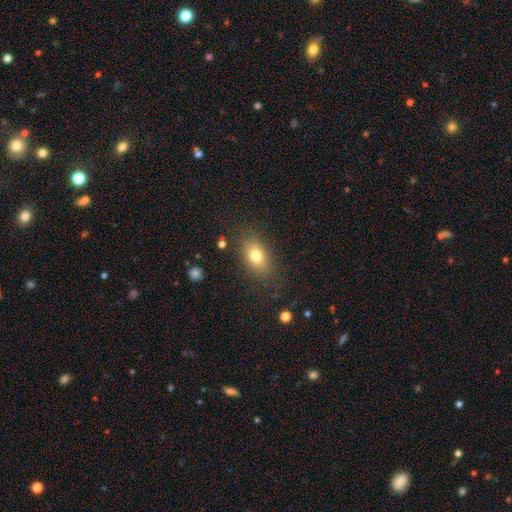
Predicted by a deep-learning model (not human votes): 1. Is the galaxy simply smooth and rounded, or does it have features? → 76% smooth, 13% featured or disk, 10% star or artifact.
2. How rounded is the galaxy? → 83% in between, 14% round, 3% cigar-shaped.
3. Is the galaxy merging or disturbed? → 82% none, 12% minor disturbance, 4% major disturbance, 1% merger.